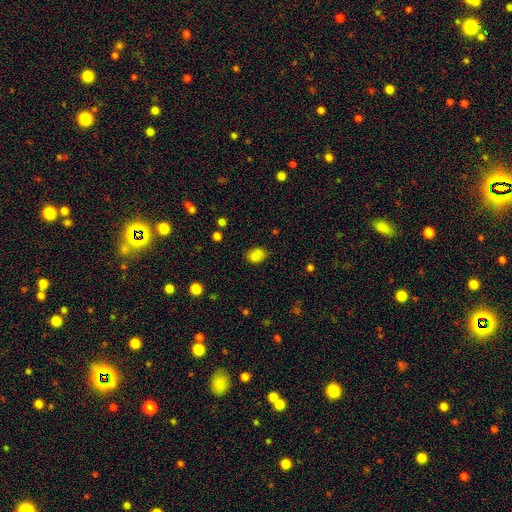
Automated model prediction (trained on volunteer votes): The model was most divided on "how rounded": in between: 65%, round: 34%, cigar-shaped: 1%. More confident: smooth or featured — smooth (79%); merging — none (64%).